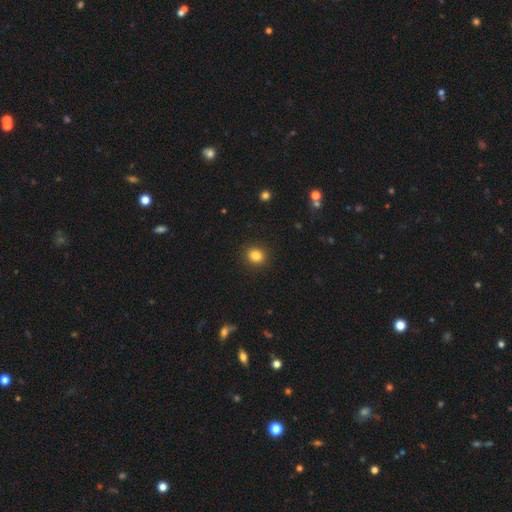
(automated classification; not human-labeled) smooth_or_featured: smooth (p=0.85) [alt: star or artifact p=0.11]
how_rounded: round (p=0.75) [alt: in between p=0.24]
merging: none (p=0.91) [alt: minor disturbance p=0.06]